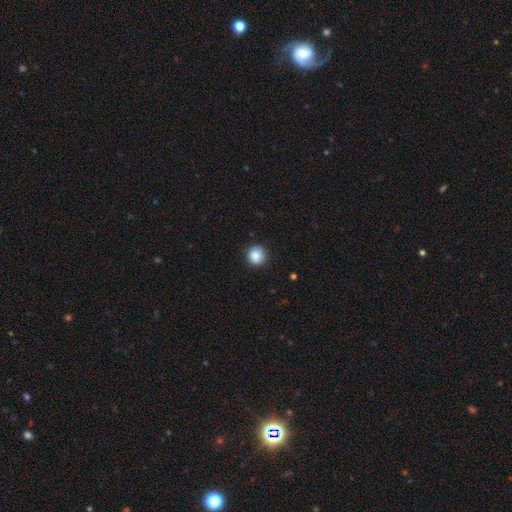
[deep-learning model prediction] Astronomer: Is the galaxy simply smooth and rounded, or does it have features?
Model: smooth — 87%.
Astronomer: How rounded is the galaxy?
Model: round — 91%.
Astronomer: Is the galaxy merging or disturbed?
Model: none — 87%.